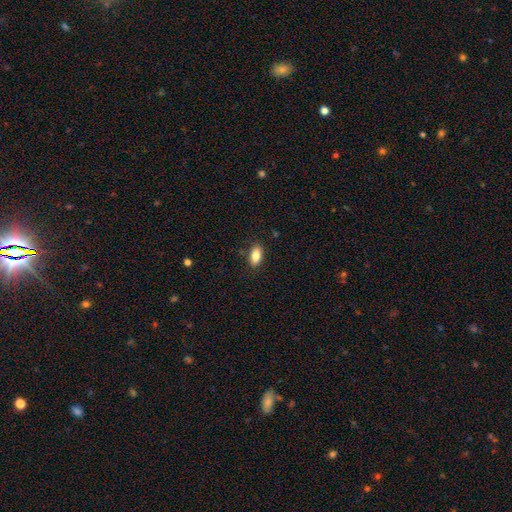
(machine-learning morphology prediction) smooth_or_featured: smooth (p=0.84) [alt: featured or disk p=0.09]
how_rounded: in between (p=0.90) [alt: round p=0.05]
merging: none (p=0.87) [alt: minor disturbance p=0.10]